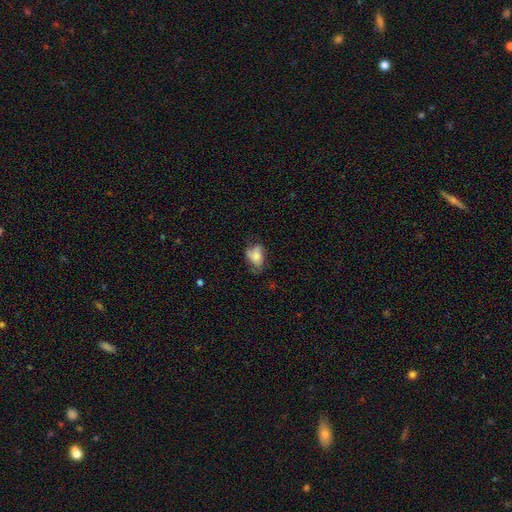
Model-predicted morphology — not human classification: Smooth or featured? Predicted: smooth (p=0.56). How rounded? Predicted: in between (p=0.84). Merging? Predicted: none (p=0.45).